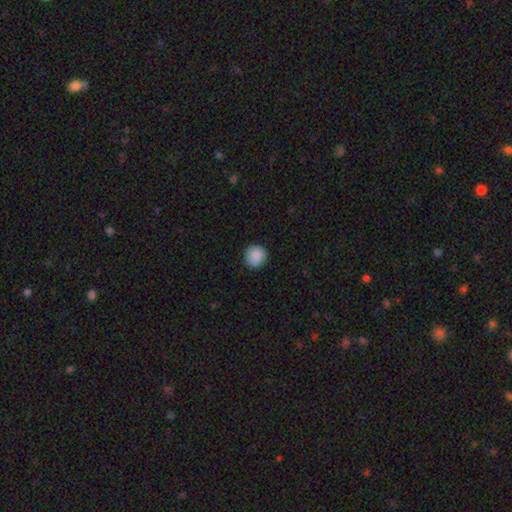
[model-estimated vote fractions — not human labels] Q: Smooth or featured?
A: smooth (89%); runner-up: star or artifact (8%)
Q: How rounded?
A: round (93%); runner-up: in between (6%)
Q: Merging?
A: none (89%); runner-up: minor disturbance (8%)